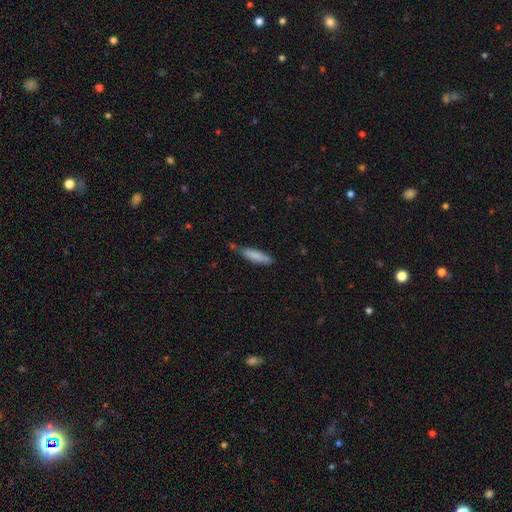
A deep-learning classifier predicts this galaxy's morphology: smooth_or_featured: smooth (p=0.83) [alt: featured or disk p=0.11]
how_rounded: cigar-shaped (p=0.75) [alt: in between p=0.24]
merging: none (p=0.65) [alt: minor disturbance p=0.24]